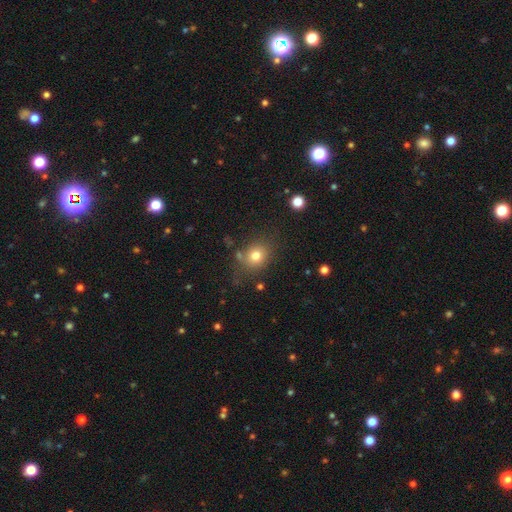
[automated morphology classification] Smooth or featured? Predicted: smooth (p=0.77). How rounded? Predicted: round (p=0.67). Merging? Predicted: none (p=0.73).